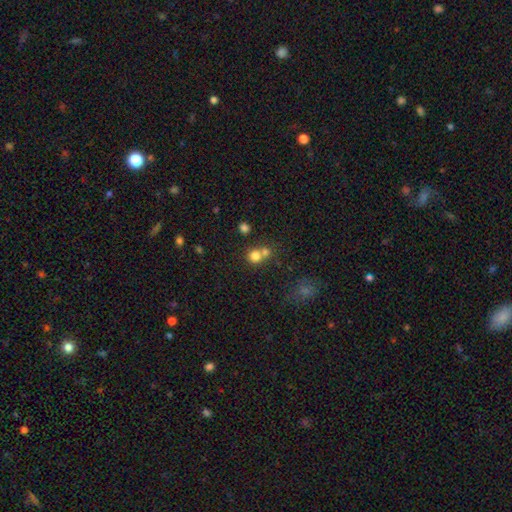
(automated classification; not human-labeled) This appears to be a smooth galaxy with no disk features (78%) that is round (87%). Merging: none (47%).